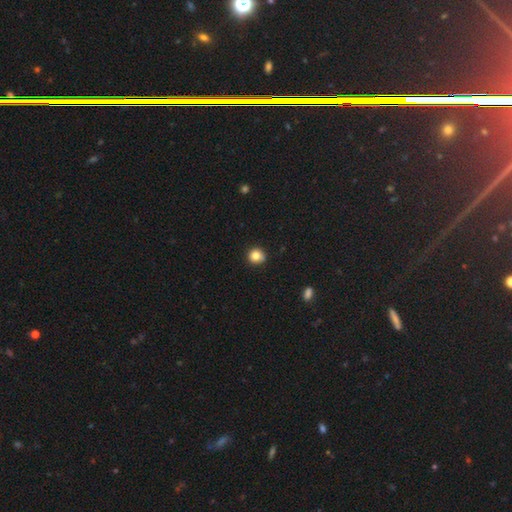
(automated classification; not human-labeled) The model was most divided on "smooth or featured": smooth: 82%, star or artifact: 11%, featured or disk: 6%. More confident: how rounded — round (90%); merging — none (86%).